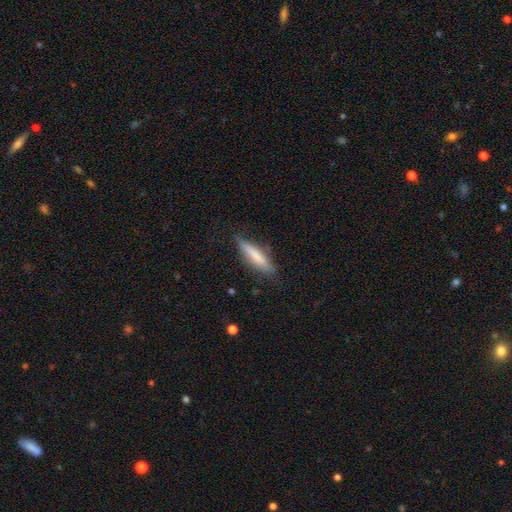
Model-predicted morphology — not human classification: Q: Smooth or featured?
A: smooth (72%); runner-up: featured or disk (22%)
Q: How rounded?
A: cigar-shaped (80%); runner-up: in between (18%)
Q: Merging?
A: none (79%); runner-up: minor disturbance (16%)